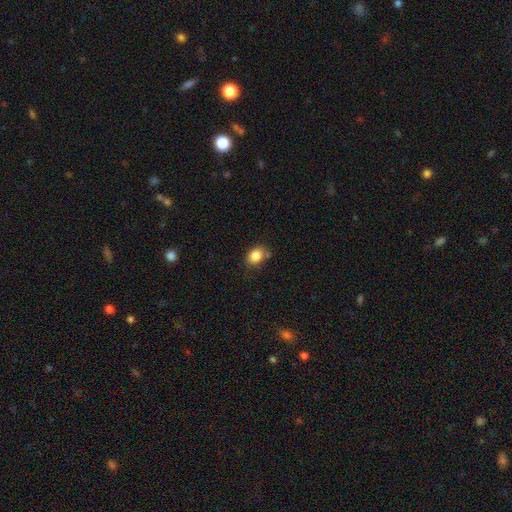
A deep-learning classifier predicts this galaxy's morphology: Smooth or featured: smooth — 84% (star or artifact — 9%)
How rounded: in between — 56% (round — 43%)
Merging: none — 71% (minor disturbance — 17%)